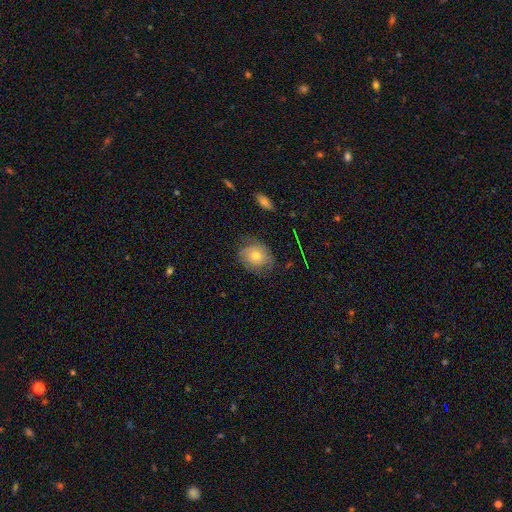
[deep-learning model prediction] Smooth or featured? smooth (51%)
How rounded? round (63%)
Merging? none (65%)